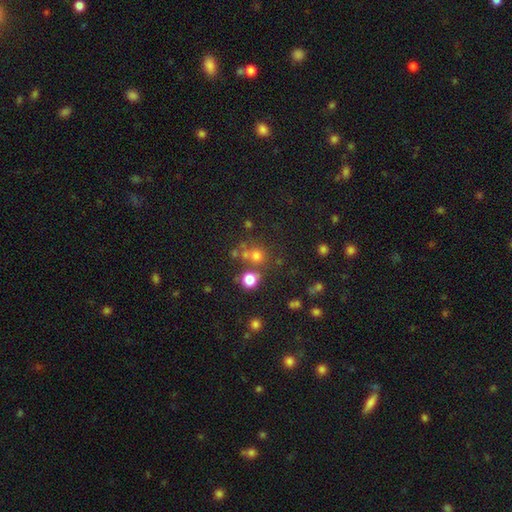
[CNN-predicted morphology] A smooth galaxy with no disk features (66%) that is round (88%).

Vote fractions:
- Smooth or featured? smooth: 66% / star or artifact: 24% / featured or disk: 10%
- How rounded? round: 88% / in between: 11% / cigar-shaped: 1%
- Merging? none: 64% / merger: 22% / minor disturbance: 9% / major disturbance: 5%